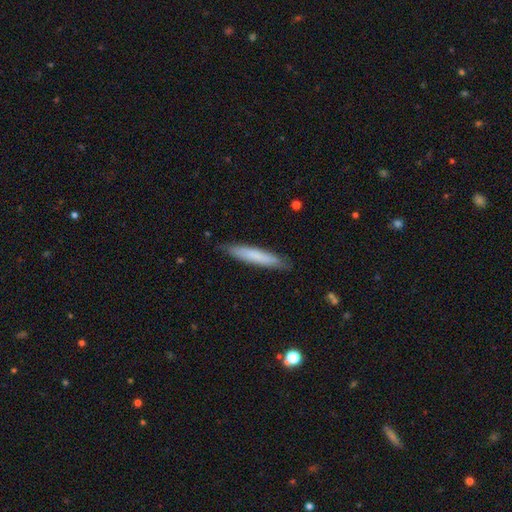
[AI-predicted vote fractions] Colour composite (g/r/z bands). It shows a smooth galaxy with no disk features (76%) that is cigar-shaped (92%). Merging: none (87%).